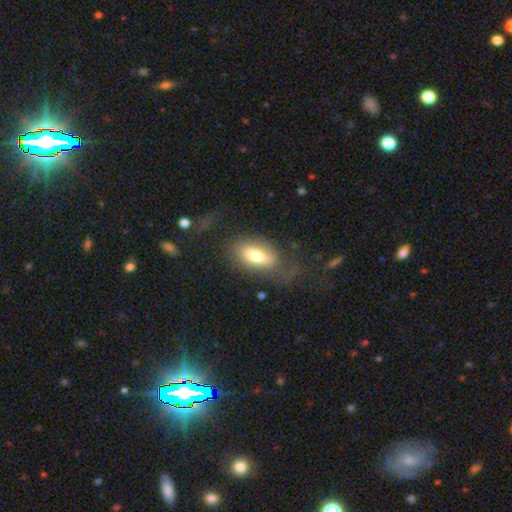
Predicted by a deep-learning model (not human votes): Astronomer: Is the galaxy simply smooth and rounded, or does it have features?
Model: smooth — 68%.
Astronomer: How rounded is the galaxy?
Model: in between — 88%.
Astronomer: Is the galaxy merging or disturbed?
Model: none — 53%.